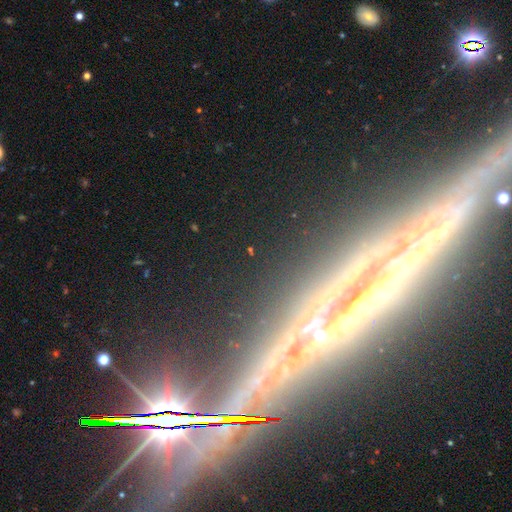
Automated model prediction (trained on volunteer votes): The model was most divided on "smooth or featured": star or artifact: 48%, featured or disk: 39%, smooth: 14%.